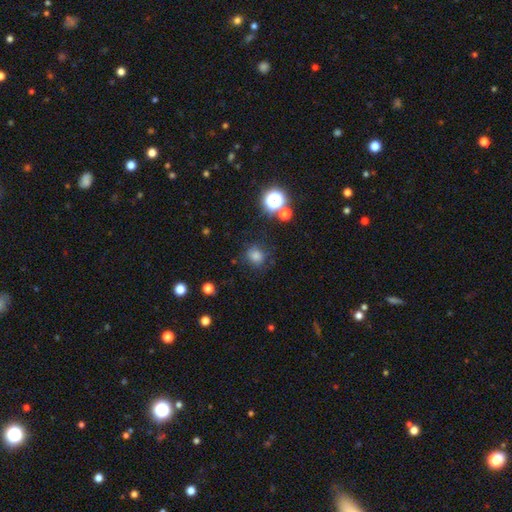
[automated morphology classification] This is likely a smooth galaxy (74%). How rounded: clearly round (81%). Merging: likely none (76%).